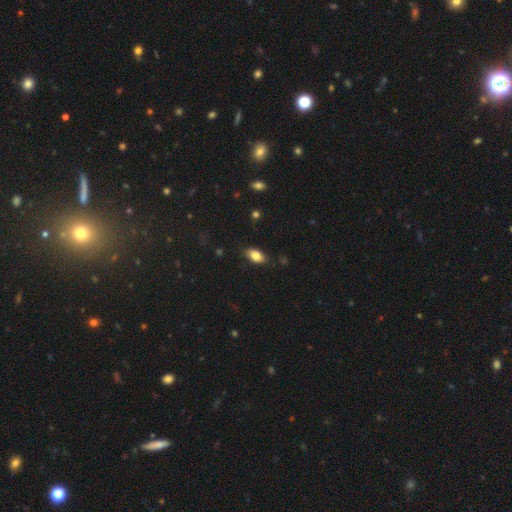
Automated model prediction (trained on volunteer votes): This is clearly a smooth galaxy (83%). How rounded: clearly in between (91%). Merging: clearly none (82%).